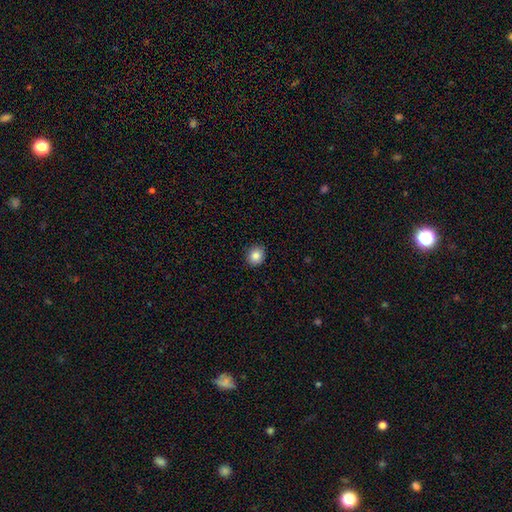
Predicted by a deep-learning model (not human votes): smooth-or-featured: smooth: 86% | star or artifact: 10% | featured or disk: 5%
  how-rounded: round: 85% | in between: 15% | cigar-shaped: 1%
  merging: none: 91% | minor disturbance: 6% | major disturbance: 2% | merger: 1%